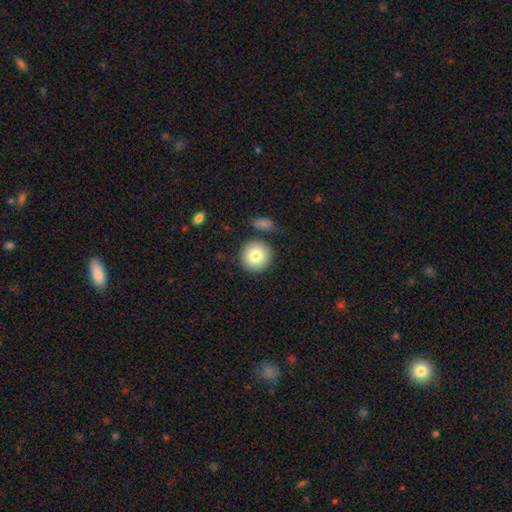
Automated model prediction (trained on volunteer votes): Smooth or featured? smooth (80%)
How rounded? round (94%)
Merging? none (81%)